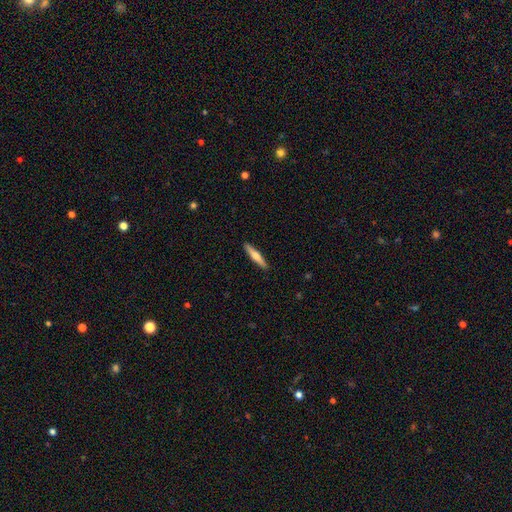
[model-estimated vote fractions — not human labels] A smooth galaxy with no disk features (49%).

Vote fractions:
- Smooth or featured? smooth: 49% / featured or disk: 46% / star or artifact: 5%
- Merging? none: 91% / minor disturbance: 6% / major disturbance: 1% / merger: 1%